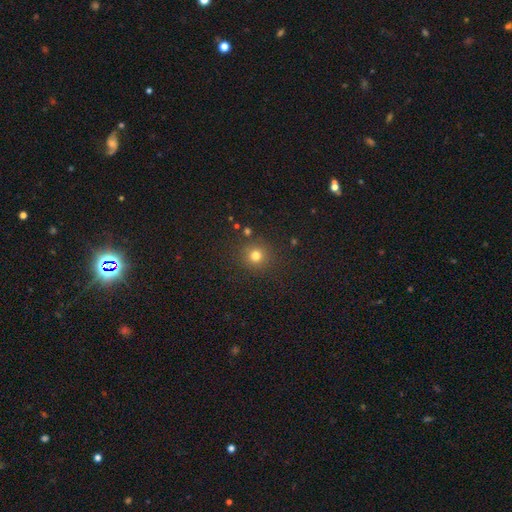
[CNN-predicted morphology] Smooth or featured? smooth (77%)
How rounded? round (93%)
Merging? none (87%)